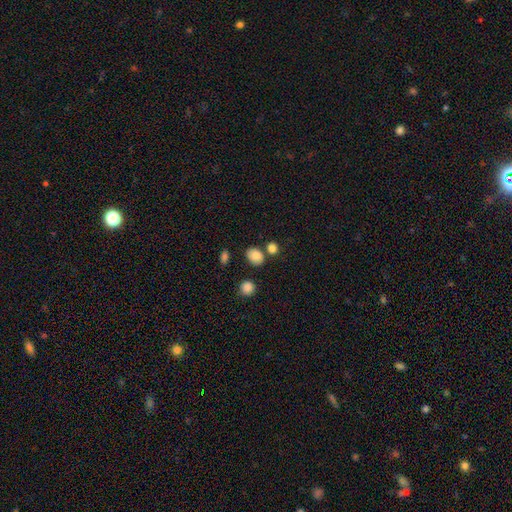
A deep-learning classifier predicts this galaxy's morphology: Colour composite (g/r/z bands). It shows a smooth galaxy with no disk features (84%) that is in between round and cigar-shaped (62%). Merging: none (70%).